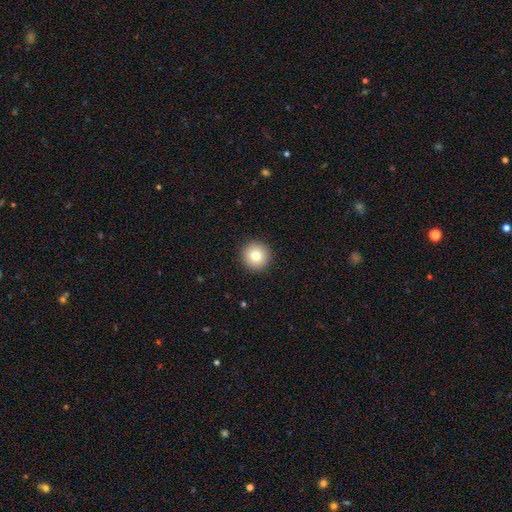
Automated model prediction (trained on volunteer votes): A smooth galaxy with no disk features (80%) that is round (96%).

Vote fractions:
- Smooth or featured? smooth: 80% / featured or disk: 10% / star or artifact: 10%
- How rounded? round: 96% / in between: 3% / cigar-shaped: 1%
- Merging? none: 93% / minor disturbance: 5% / major disturbance: 2% / merger: 1%